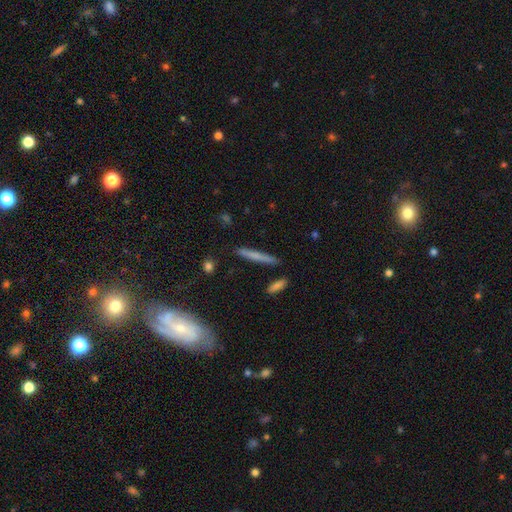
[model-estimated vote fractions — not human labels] Smooth or featured?
  - smooth: 63% *
  - featured or disk: 30%
  - star or artifact: 7%
How rounded?
  - cigar-shaped: 94% *
  - in between: 4%
  - round: 2%
Merging?
  - none: 87% *
  - minor disturbance: 8%
  - merger: 3%
  - major disturbance: 2%